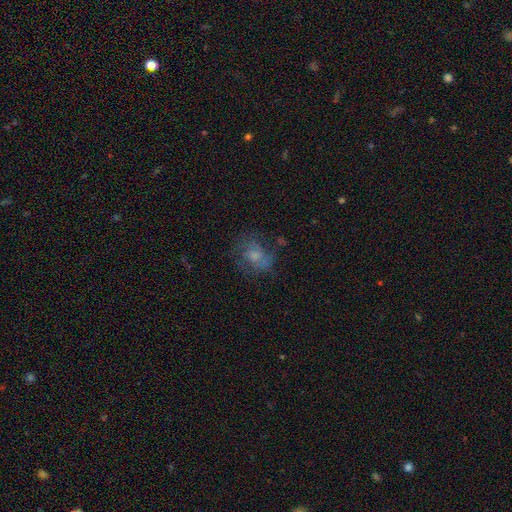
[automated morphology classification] Overall: smooth (44%; featured or disk 42%). Merging: none (58%; minor disturbance 22%).